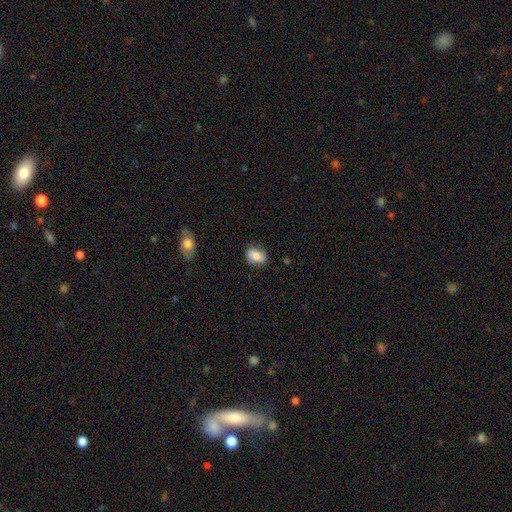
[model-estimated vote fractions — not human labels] smooth-or-featured: smooth: 78% | featured or disk: 14% | star or artifact: 8%
  how-rounded: in between: 78% | round: 20% | cigar-shaped: 2%
  merging: none: 78% | minor disturbance: 17% | major disturbance: 4% | merger: 2%